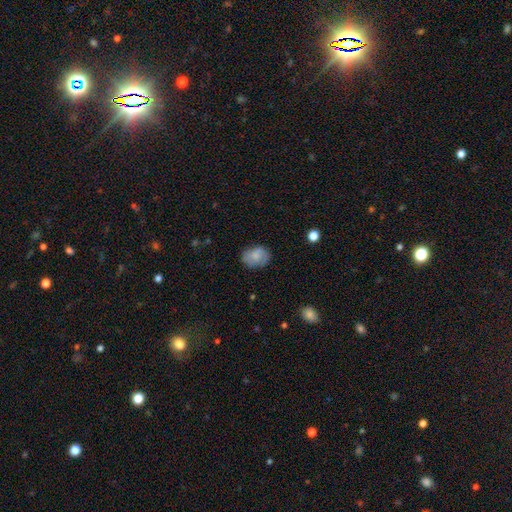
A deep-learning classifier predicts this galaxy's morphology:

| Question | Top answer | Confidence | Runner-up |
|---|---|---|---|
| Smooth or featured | smooth | 73% | featured or disk (19%) |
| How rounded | in between | 61% | round (38%) |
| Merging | none | 70% | minor disturbance (21%) |